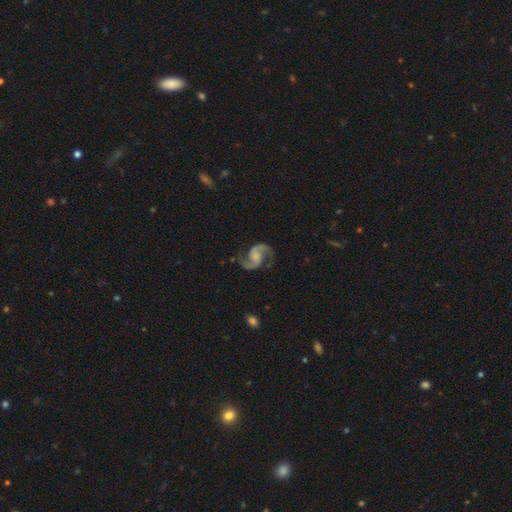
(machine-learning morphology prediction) featured or disk 92%, star or artifact 4%, smooth 3%. Down the decision tree: edge-on disk — no (98%); bar — no (56%); spiral arms — yes (98%); spiral arm count — 2 (95%); spiral winding — medium (54%); bulge size — none (41%); merging — none (80%).